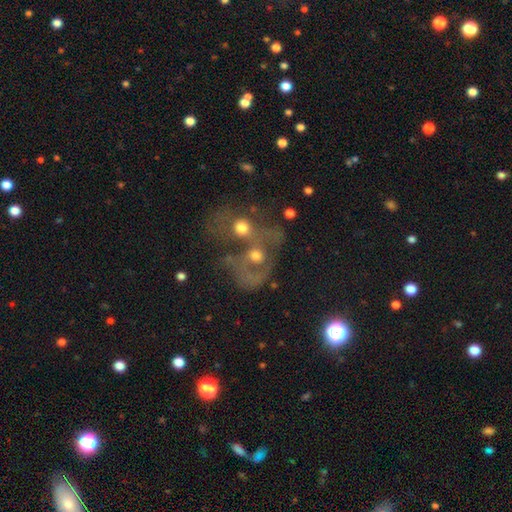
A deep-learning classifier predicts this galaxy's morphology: smooth-or-featured: featured or disk: 46% | smooth: 40% | star or artifact: 15%
  merging: merger: 64% | none: 16% | major disturbance: 13% | minor disturbance: 7%